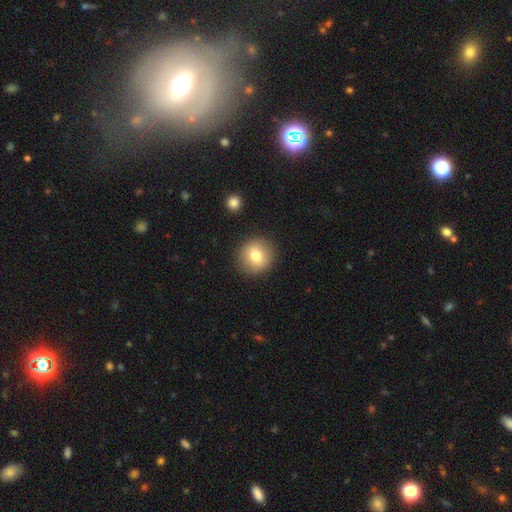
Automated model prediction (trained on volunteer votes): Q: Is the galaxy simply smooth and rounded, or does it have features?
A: smooth — 77%.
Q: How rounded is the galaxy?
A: round — 92%.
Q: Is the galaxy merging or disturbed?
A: none — 90%.